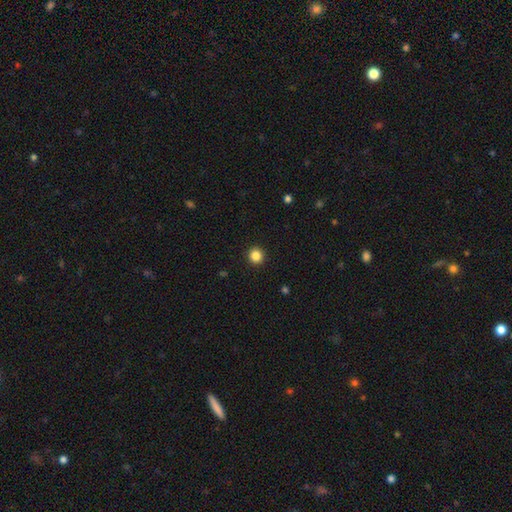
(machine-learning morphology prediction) A smooth galaxy with no disk features (85%) that is round (94%).

Vote fractions:
- Smooth or featured? smooth: 85% / star or artifact: 11% / featured or disk: 4%
- How rounded? round: 94% / in between: 5% / cigar-shaped: 1%
- Merging? none: 93% / minor disturbance: 4% / major disturbance: 2% / merger: 1%